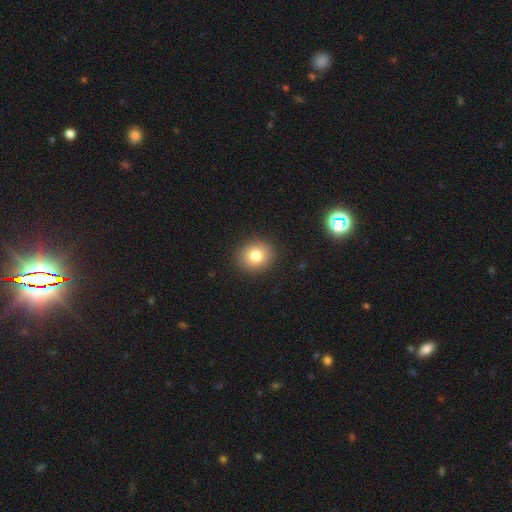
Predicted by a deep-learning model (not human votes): A smooth galaxy with no disk features (81%) that is round (74%).

Vote fractions:
- Smooth or featured? smooth: 81% / star or artifact: 10% / featured or disk: 9%
- How rounded? round: 74% / in between: 25% / cigar-shaped: 1%
- Merging? none: 90% / minor disturbance: 7% / major disturbance: 2% / merger: 1%